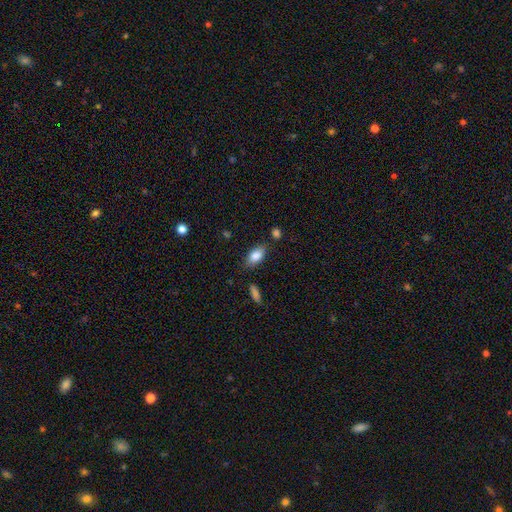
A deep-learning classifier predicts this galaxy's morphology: The model was most divided on "merging": none: 79%, minor disturbance: 14%, merger: 4%, major disturbance: 3%. More confident: how rounded — in between (90%); smooth or featured — smooth (84%).